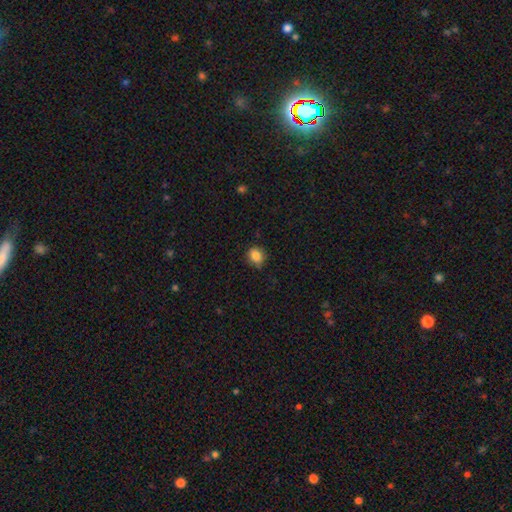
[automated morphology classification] Smooth or featured? Predicted: smooth (p=0.86). How rounded? Predicted: round (p=0.69). Merging? Predicted: none (p=0.79).